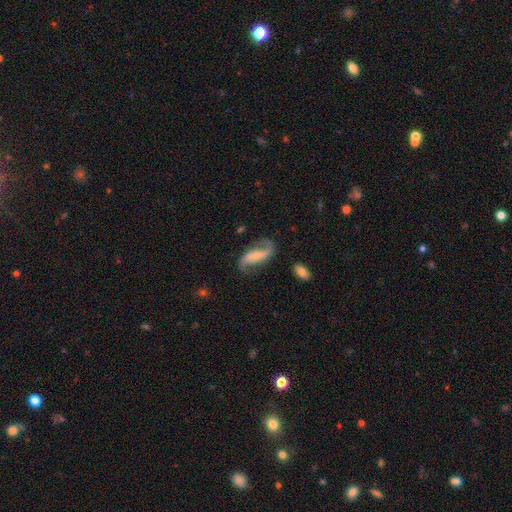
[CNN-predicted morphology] A featured or disk galaxy (81%) with a strong bar (38%), 2 (88%) loose (65%) spiral arms (94%) and a small central bulge (57%).

Vote fractions:
- Smooth or featured? featured or disk: 81% / smooth: 13% / star or artifact: 6%
- Edge-on disk? no: 95% / yes: 5%
- Bar? strong: 38% / weak: 33% / no: 29%
- Spiral arms? yes: 94% / no: 6%
- Spiral winding? loose: 65% / medium: 27% / tight: 8%
- Spiral arm count? 2: 88% / 1: 7% / can't tell: 3% / 3: 1% / 4: 1% / more than 4: 1%
- Bulge size? small: 57% / moderate: 24% / none: 13% / large: 4% / dominant: 2%
- Merging? none: 69% / minor disturbance: 17% / major disturbance: 12% / merger: 3%